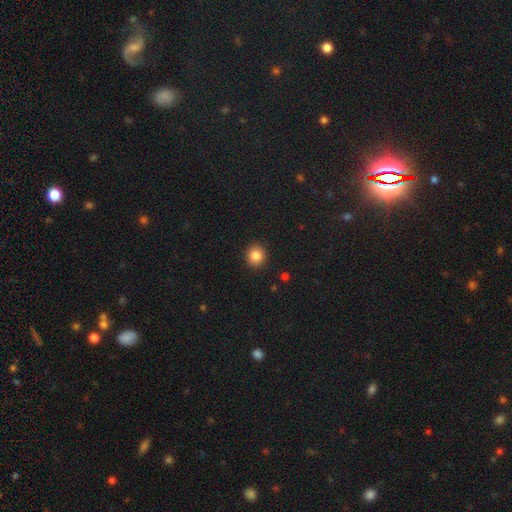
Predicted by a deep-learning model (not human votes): Smooth or featured?
  - smooth: 85% *
  - star or artifact: 10%
  - featured or disk: 5%
How rounded?
  - round: 90% *
  - in between: 9%
  - cigar-shaped: 1%
Merging?
  - none: 92% *
  - minor disturbance: 5%
  - major disturbance: 2%
  - merger: 1%